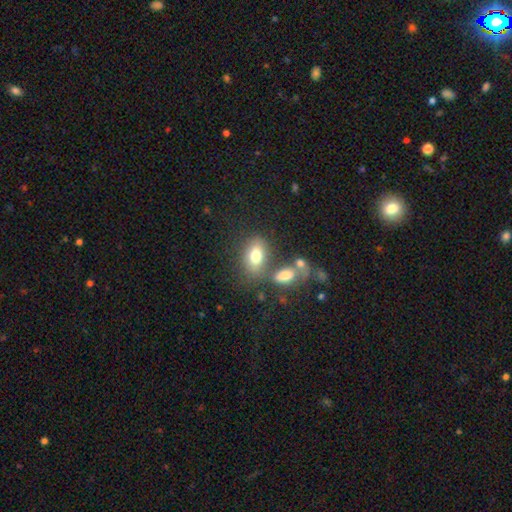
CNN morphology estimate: Smooth or featured? smooth (75%)
How rounded? in between (82%)
Merging? none (58%)